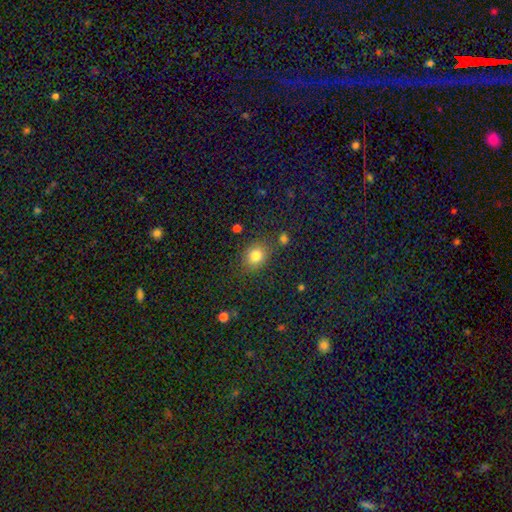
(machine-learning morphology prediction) Smooth or featured? Predicted: smooth (p=0.81). How rounded? Predicted: round (p=0.63). Merging? Predicted: none (p=0.80).